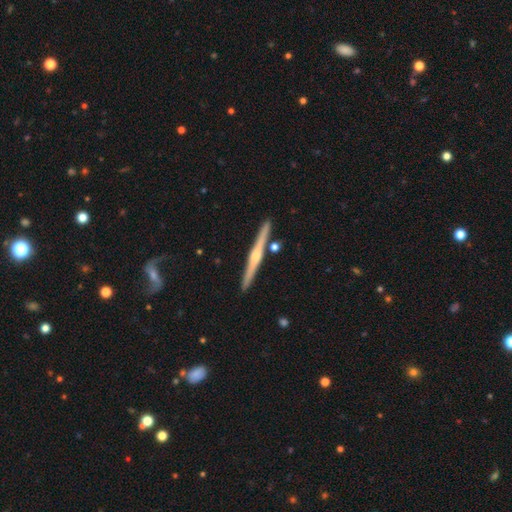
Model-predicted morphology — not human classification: The model was most divided on "smooth or featured": featured or disk: 78%, smooth: 17%, star or artifact: 5%. More confident: edge-on disk — yes (98%); merging — none (89%); edge-on bulge — rounded (86%).